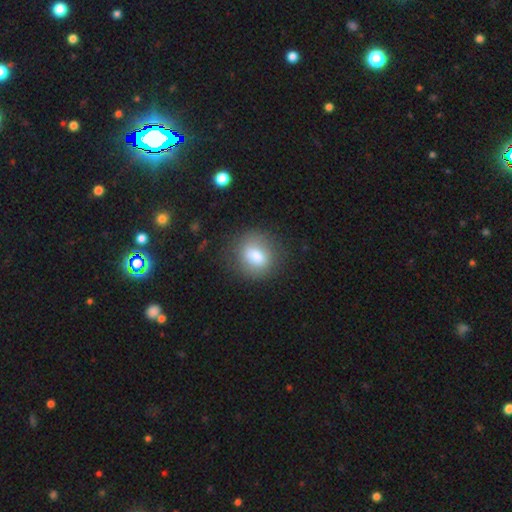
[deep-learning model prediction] smooth-or-featured: smooth: 75% | featured or disk: 16% | star or artifact: 9%
  how-rounded: round: 64% | in between: 34% | cigar-shaped: 1%
  merging: none: 80% | minor disturbance: 13% | major disturbance: 5% | merger: 2%